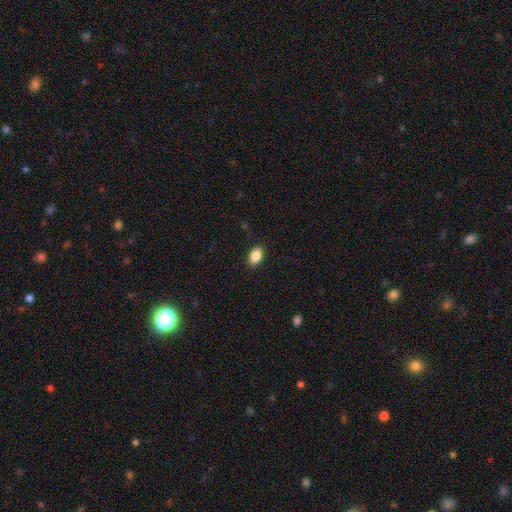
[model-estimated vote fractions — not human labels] smooth-or-featured: smooth: 87% | star or artifact: 8% | featured or disk: 5%
  how-rounded: in between: 90% | round: 8% | cigar-shaped: 2%
  merging: none: 88% | minor disturbance: 9% | major disturbance: 2% | merger: 1%